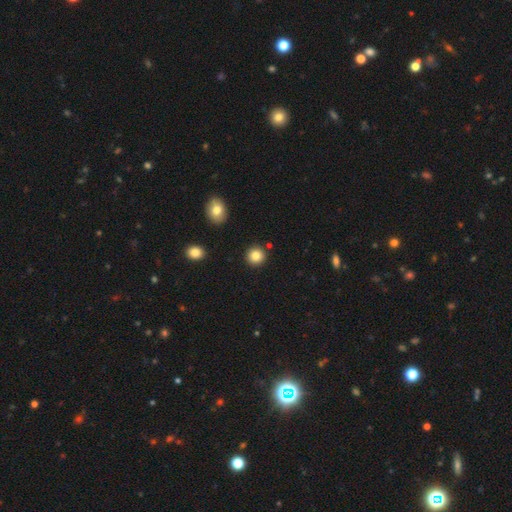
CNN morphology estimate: This is clearly a smooth galaxy (84%). How rounded: clearly round (92%). Merging: clearly none (89%).